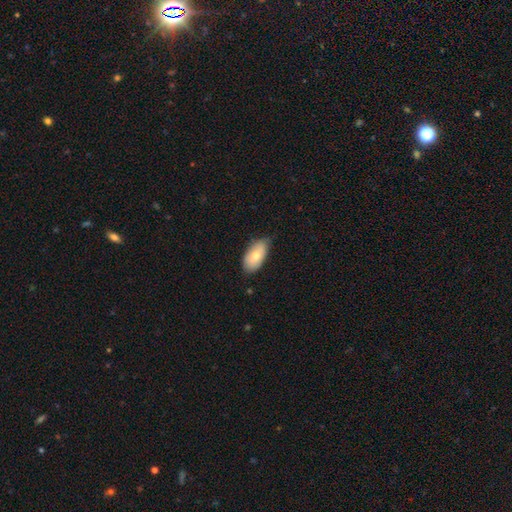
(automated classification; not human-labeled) This appears to be a smooth galaxy with no disk features (74%) that is in between round and cigar-shaped (93%). Merging: none (73%).